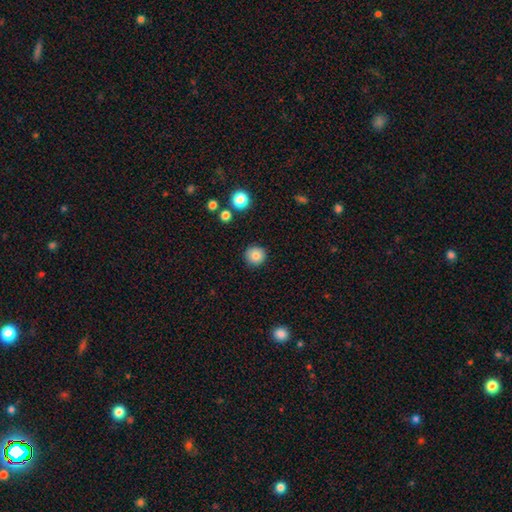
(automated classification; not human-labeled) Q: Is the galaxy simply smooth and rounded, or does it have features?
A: smooth — 83%.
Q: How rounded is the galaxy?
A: round — 94%.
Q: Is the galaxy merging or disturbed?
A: none — 91%.